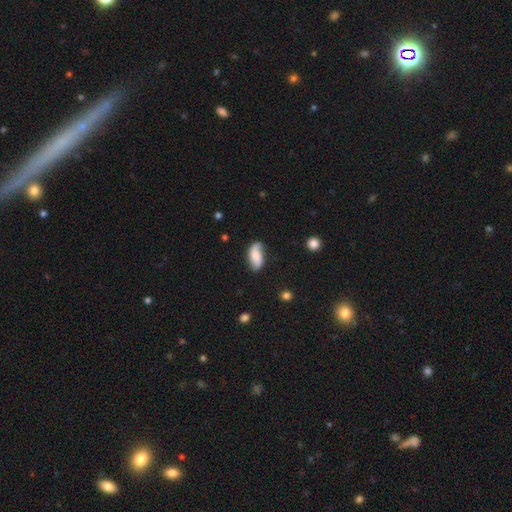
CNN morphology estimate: A smooth galaxy with no disk features (64%) that is in between round and cigar-shaped (90%). Merging: none (68%).